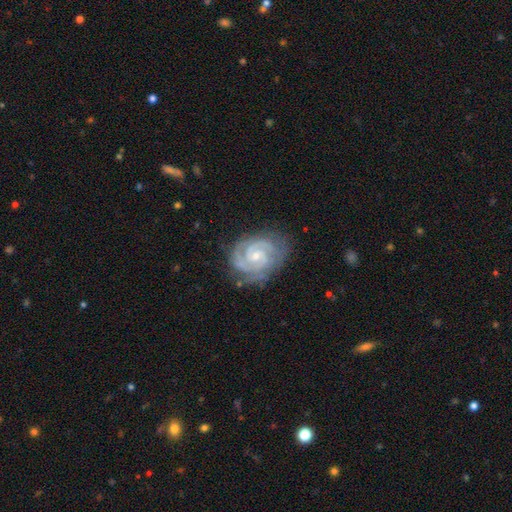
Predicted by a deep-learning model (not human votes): Smooth or featured? Predicted: featured or disk (p=0.90). Edge-on disk? Predicted: no (p=0.98). Bar? Predicted: no (p=0.57). Spiral arms? Predicted: yes (p=0.98). Spiral winding? Predicted: tight (p=0.72). Spiral arm count? Predicted: 2 (p=0.61). Bulge size? Predicted: small (p=0.67). Merging? Predicted: none (p=0.77).